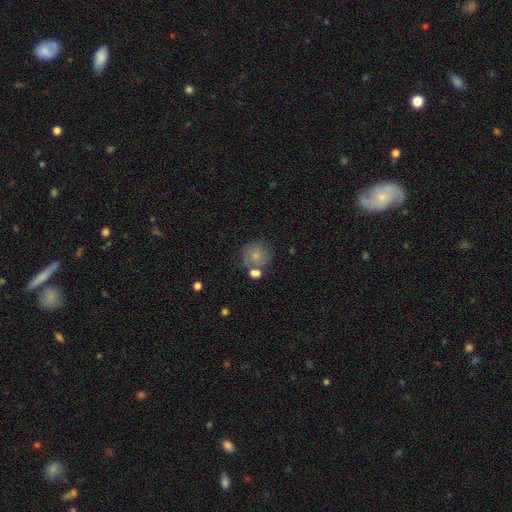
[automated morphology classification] smooth 73%, featured or disk 18%, star or artifact 9%. Down the decision tree: how rounded — round (88%); merging — none (56%).